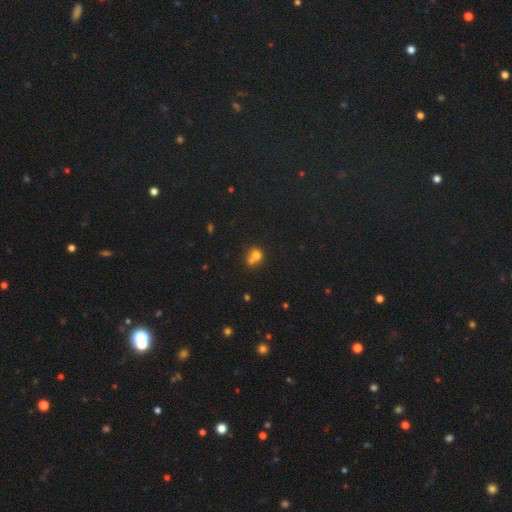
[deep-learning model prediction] This is likely a smooth galaxy (72%). How rounded: clearly round (80%). Merging: possibly merger (53%).